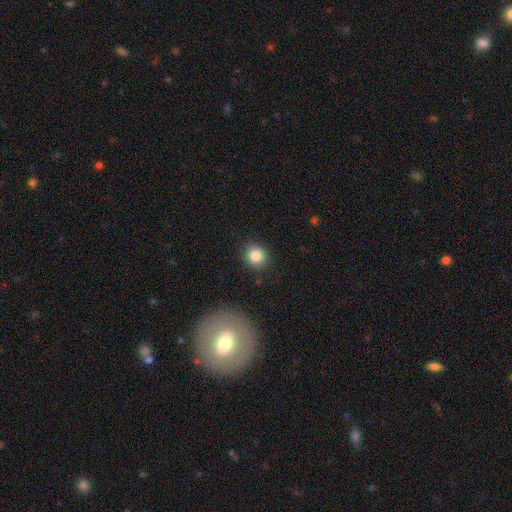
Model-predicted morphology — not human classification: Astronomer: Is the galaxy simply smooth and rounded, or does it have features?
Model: smooth — 84%.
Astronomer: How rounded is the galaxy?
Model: round — 82%.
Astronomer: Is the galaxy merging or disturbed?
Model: none — 88%.